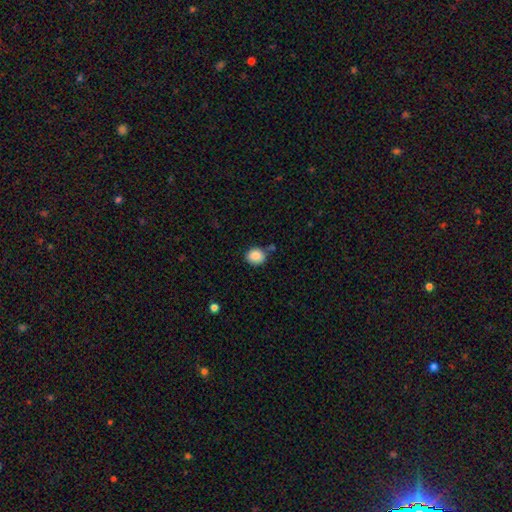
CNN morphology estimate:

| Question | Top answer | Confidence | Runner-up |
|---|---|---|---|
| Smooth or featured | smooth | 88% | star or artifact (8%) |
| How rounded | round | 71% | in between (28%) |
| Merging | none | 77% | minor disturbance (14%) |